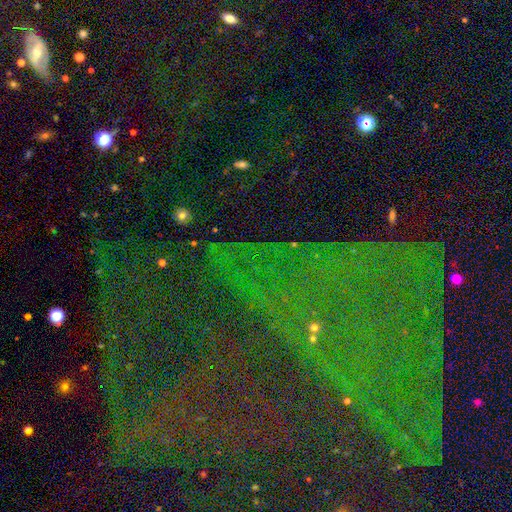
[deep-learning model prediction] A star or artifact, not a galaxy (76%).